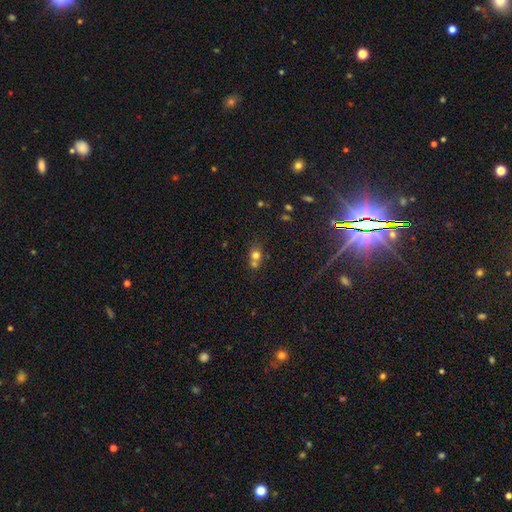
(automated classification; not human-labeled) smooth-or-featured: smooth: 69% | star or artifact: 17% | featured or disk: 14%
  how-rounded: round: 74% | in between: 25% | cigar-shaped: 1%
  merging: merger: 46% | none: 42% | minor disturbance: 8% | major disturbance: 4%